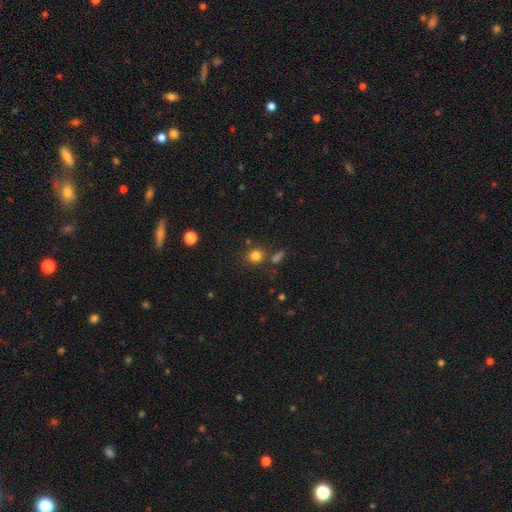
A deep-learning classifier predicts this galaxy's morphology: smooth 81%, star or artifact 13%, featured or disk 6%. Down the decision tree: how rounded — round (83%); merging — none (75%).